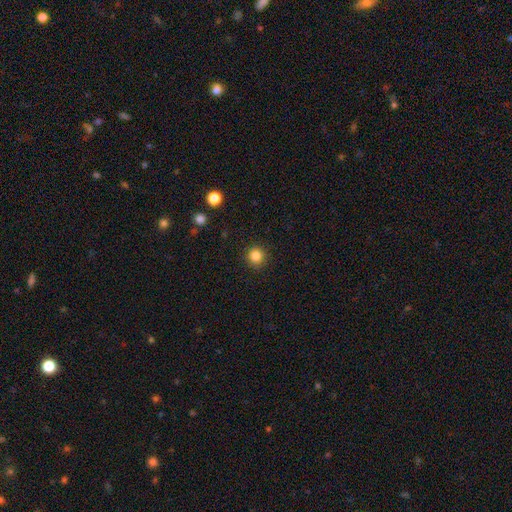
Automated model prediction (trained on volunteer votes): A smooth galaxy with no disk features (84%) that is round (94%). Merging: none (91%).